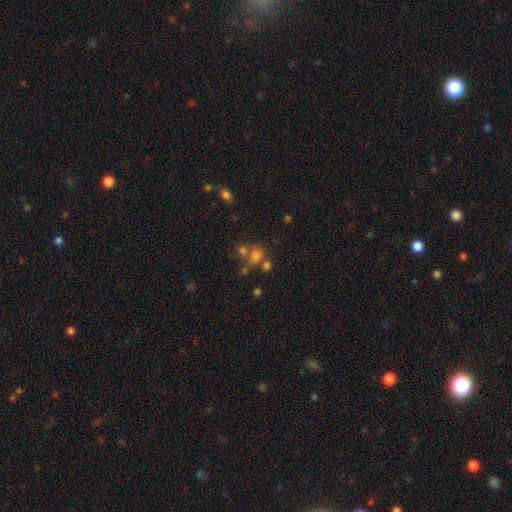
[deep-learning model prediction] Smooth or featured? Predicted: smooth (p=0.67). How rounded? Predicted: round (p=0.60). Merging? Predicted: none (p=0.46).